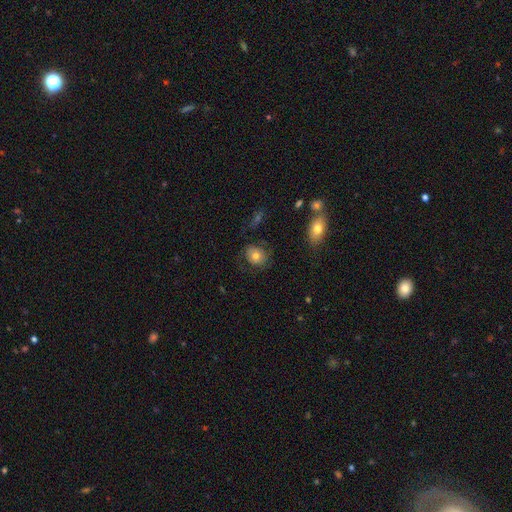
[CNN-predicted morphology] The model was most divided on "how rounded": round: 64%, in between: 35%, cigar-shaped: 1%. More confident: smooth or featured — smooth (70%); merging — none (69%).